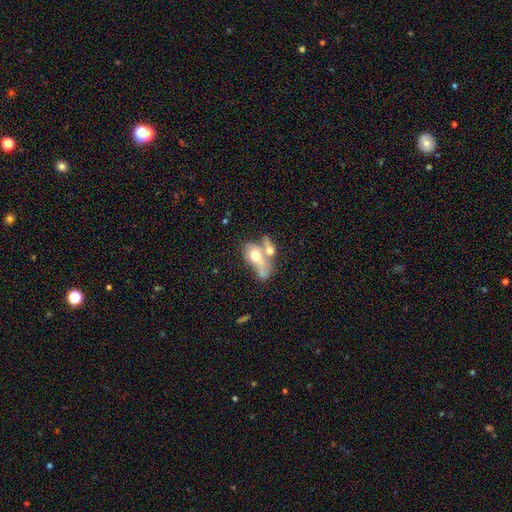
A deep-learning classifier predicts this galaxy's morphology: smooth 55%, featured or disk 37%, star or artifact 8%. Down the decision tree: how rounded — in between (74%); merging — merger (67%).